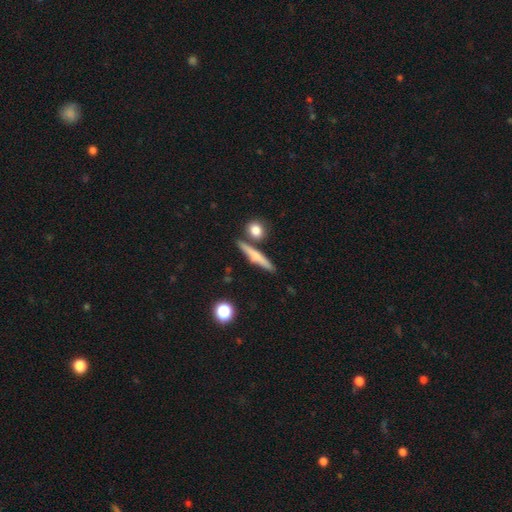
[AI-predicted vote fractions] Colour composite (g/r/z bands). It shows a smooth galaxy with no disk features (55%) that is cigar-shaped (84%). Merging: none (80%).